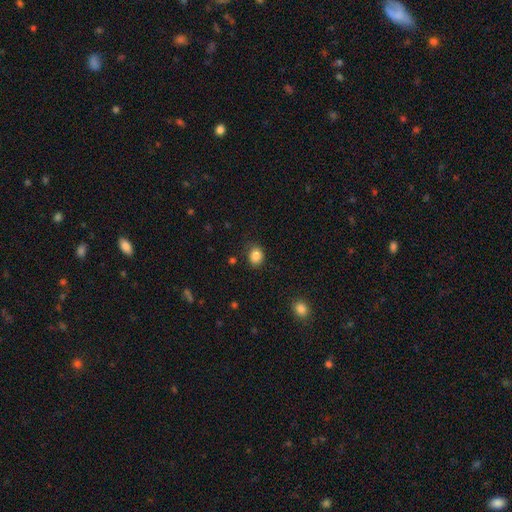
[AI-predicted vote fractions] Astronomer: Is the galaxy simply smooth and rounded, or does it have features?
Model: smooth — 86%.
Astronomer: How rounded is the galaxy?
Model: round — 59% (runner-up: in between, 40%).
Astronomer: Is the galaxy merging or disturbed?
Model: none — 82%.